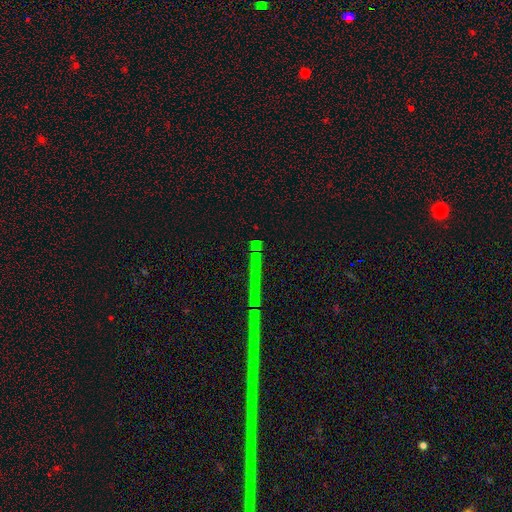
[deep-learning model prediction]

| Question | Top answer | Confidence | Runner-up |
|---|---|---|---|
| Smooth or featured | star or artifact | 75% | smooth (13%) |